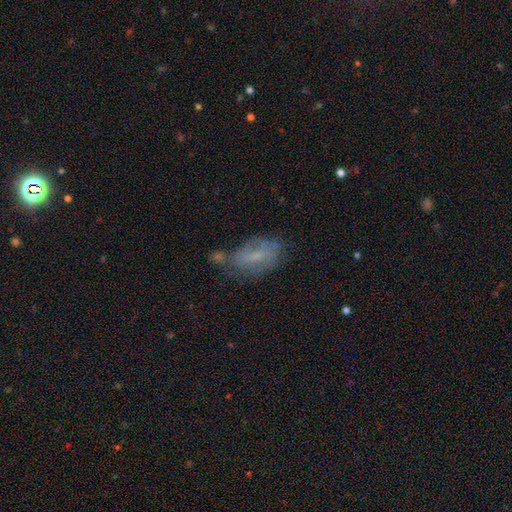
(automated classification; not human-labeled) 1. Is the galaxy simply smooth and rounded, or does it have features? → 50% smooth, 38% featured or disk, 12% star or artifact.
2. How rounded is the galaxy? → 87% in between, 7% cigar-shaped, 5% round.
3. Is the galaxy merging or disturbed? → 45% none, 26% minor disturbance, 15% merger, 14% major disturbance.